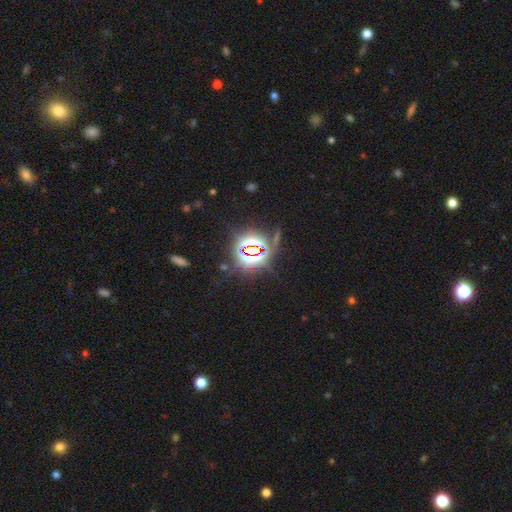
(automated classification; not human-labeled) Smooth or featured? Predicted: star or artifact (p=0.81).